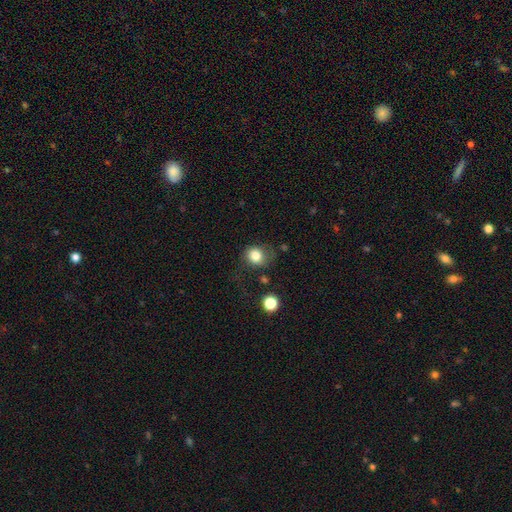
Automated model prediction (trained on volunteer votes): Smooth or featured? smooth (82%)
How rounded? round (72%)
Merging? none (59%)